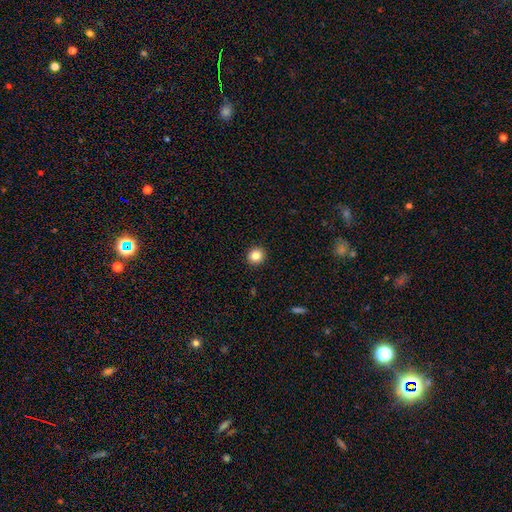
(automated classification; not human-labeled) A smooth galaxy with no disk features (84%) that is round (93%).

Vote fractions:
- Smooth or featured? smooth: 84% / star or artifact: 11% / featured or disk: 5%
- How rounded? round: 93% / in between: 6% / cigar-shaped: 1%
- Merging? none: 93% / minor disturbance: 4% / major disturbance: 2% / merger: 1%